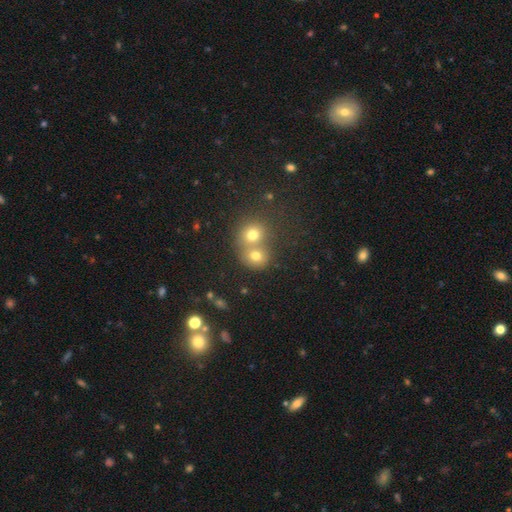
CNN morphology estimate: This is likely a smooth galaxy (71%). How rounded: likely round (77%). Merging: possibly merger (57%).